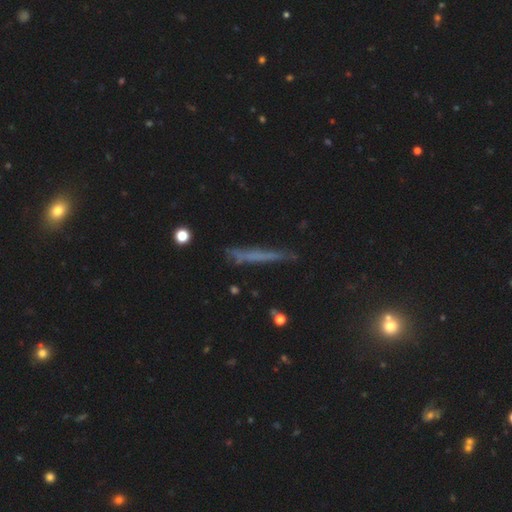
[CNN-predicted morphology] Smooth or featured?
  - smooth: 47% *
  - featured or disk: 41%
  - star or artifact: 12%
Merging?
  - none: 76% *
  - minor disturbance: 17%
  - major disturbance: 4%
  - merger: 2%